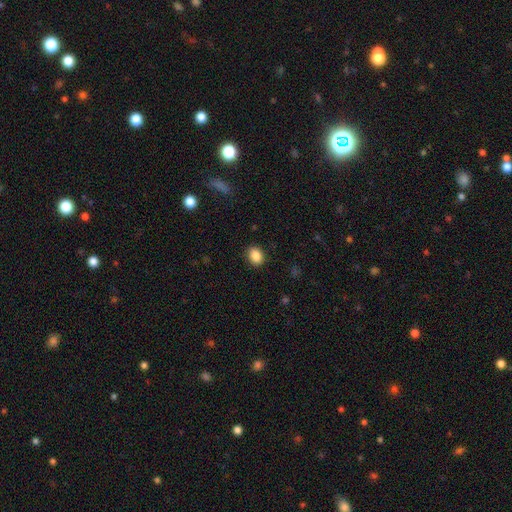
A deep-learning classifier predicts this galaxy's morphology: Smooth or featured? Predicted: smooth (p=0.87). How rounded? Predicted: in between (p=0.59). Merging? Predicted: none (p=0.89).